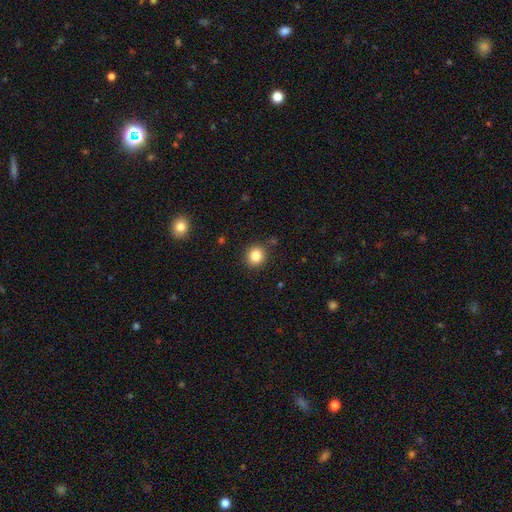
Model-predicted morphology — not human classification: This appears to be a smooth galaxy with no disk features (85%) that is round (85%). Merging: none (86%).